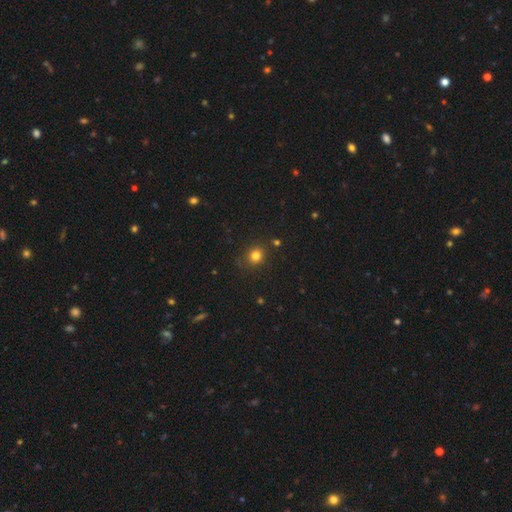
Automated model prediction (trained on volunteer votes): A smooth galaxy with no disk features (79%) that is round (81%).

Vote fractions:
- Smooth or featured? smooth: 79% / star or artifact: 15% / featured or disk: 6%
- How rounded? round: 81% / in between: 18% / cigar-shaped: 1%
- Merging? none: 85% / minor disturbance: 10% / major disturbance: 3% / merger: 3%